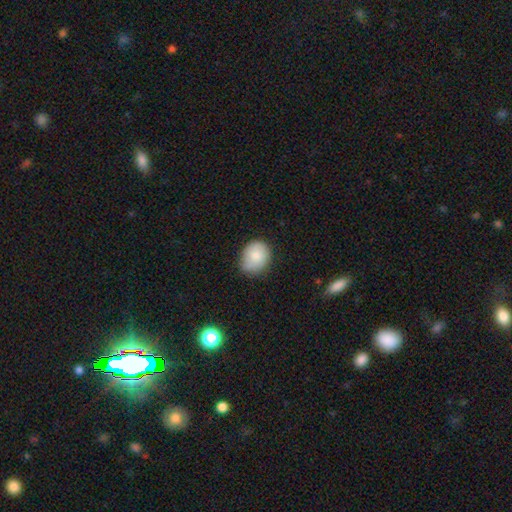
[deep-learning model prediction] Smooth or featured? smooth (82%)
How rounded? round (53%)
Merging? none (67%)